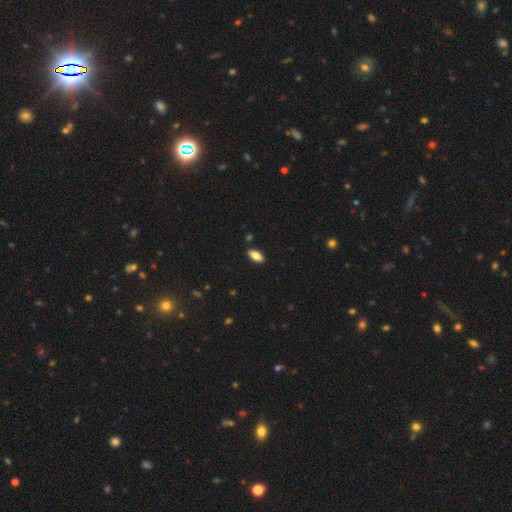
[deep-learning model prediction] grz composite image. It shows a smooth galaxy with no disk features (79%) that is in between round and cigar-shaped (87%). Merging: none (89%).